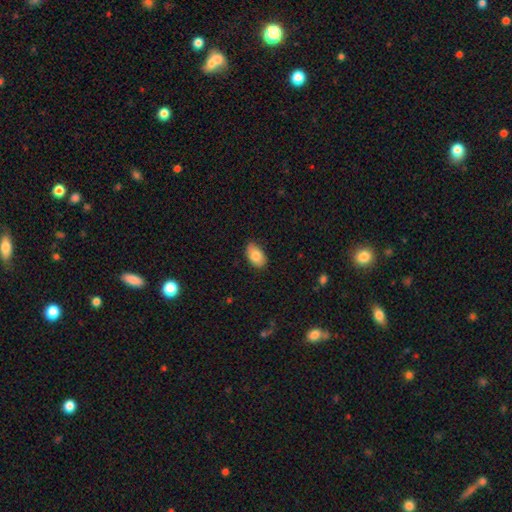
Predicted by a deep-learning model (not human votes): This is clearly a smooth galaxy (82%). How rounded: clearly in between (92%). Merging: clearly none (80%).